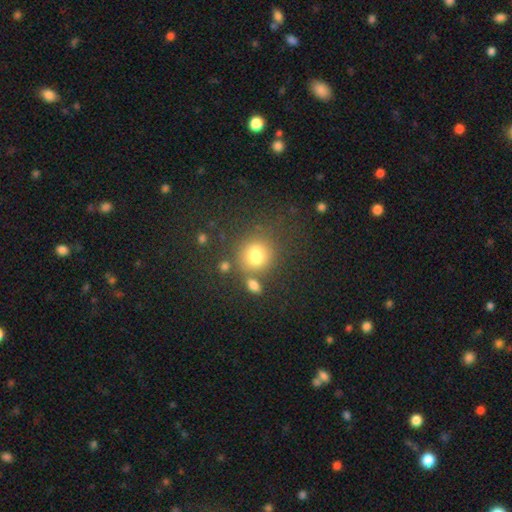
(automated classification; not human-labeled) A smooth galaxy with no disk features (78%) that is round (75%).

Vote fractions:
- Smooth or featured? smooth: 78% / star or artifact: 13% / featured or disk: 9%
- How rounded? round: 75% / in between: 24% / cigar-shaped: 1%
- Merging? none: 64% / merger: 17% / minor disturbance: 13% / major disturbance: 6%